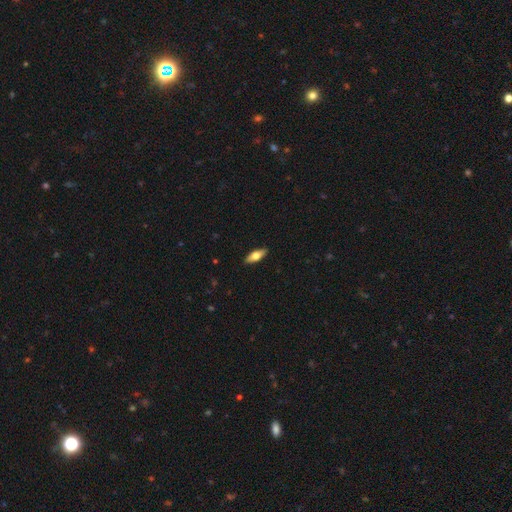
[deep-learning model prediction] The model was most divided on "smooth or featured": smooth: 61%, featured or disk: 33%, star or artifact: 6%. More confident: merging — none (90%); how rounded — in between (68%).